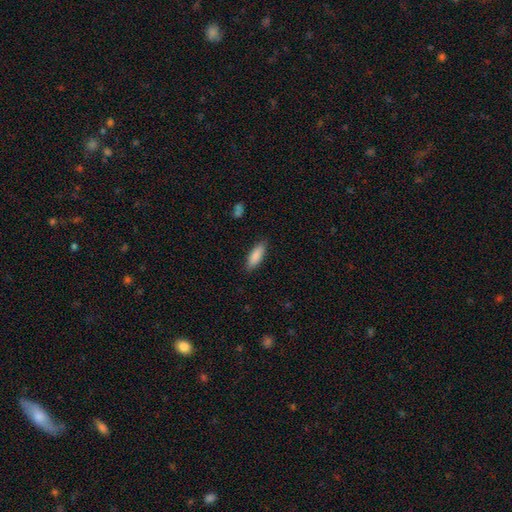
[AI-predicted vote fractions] Smooth or featured: smooth — 88% (featured or disk — 7%)
How rounded: in between — 60% (cigar-shaped — 38%)
Merging: none — 87% (minor disturbance — 10%)